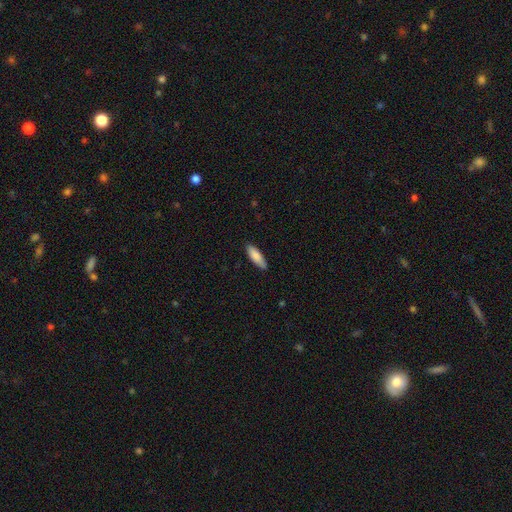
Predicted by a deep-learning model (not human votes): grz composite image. It shows a smooth galaxy with no disk features (85%) that is cigar-shaped (51%). Merging: none (86%).